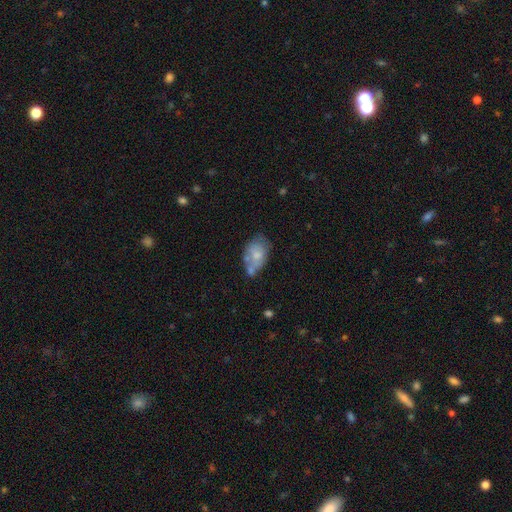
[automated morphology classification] Overall: smooth (59%; featured or disk 33%). How rounded: in between (87%). Merging: none (37%; minor disturbance 28%).